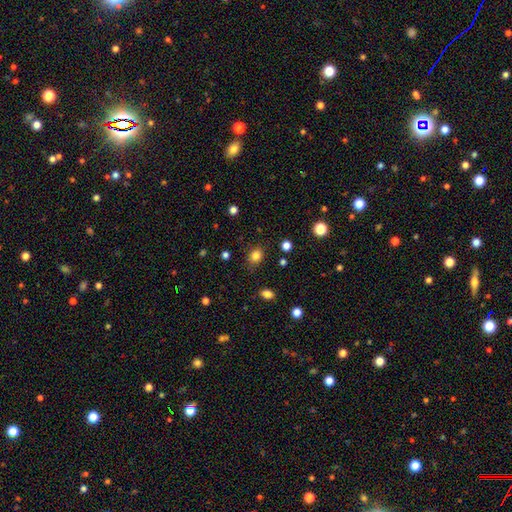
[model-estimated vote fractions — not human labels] smooth-or-featured: smooth: 83% | star or artifact: 12% | featured or disk: 5%
  how-rounded: round: 60% | in between: 39% | cigar-shaped: 1%
  merging: none: 83% | minor disturbance: 12% | major disturbance: 3% | merger: 2%